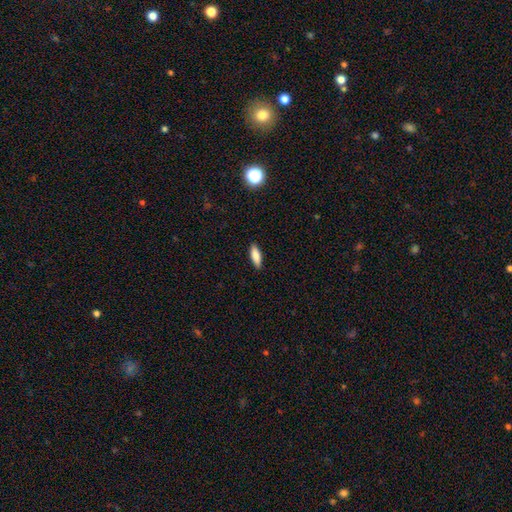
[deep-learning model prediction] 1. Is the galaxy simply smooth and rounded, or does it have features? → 83% smooth, 10% featured or disk, 7% star or artifact.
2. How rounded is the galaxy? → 58% in between, 40% cigar-shaped, 2% round.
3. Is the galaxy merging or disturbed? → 89% none, 8% minor disturbance, 2% major disturbance, 1% merger.